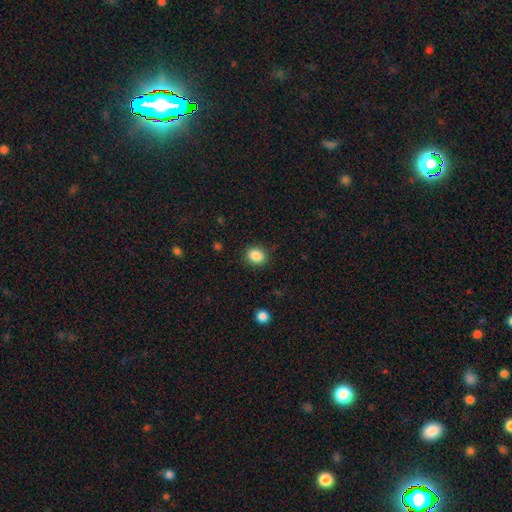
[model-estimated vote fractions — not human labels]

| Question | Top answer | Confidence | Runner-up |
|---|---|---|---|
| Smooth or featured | smooth | 87% | star or artifact (9%) |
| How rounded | round | 66% | in between (33%) |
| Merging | none | 86% | minor disturbance (10%) |